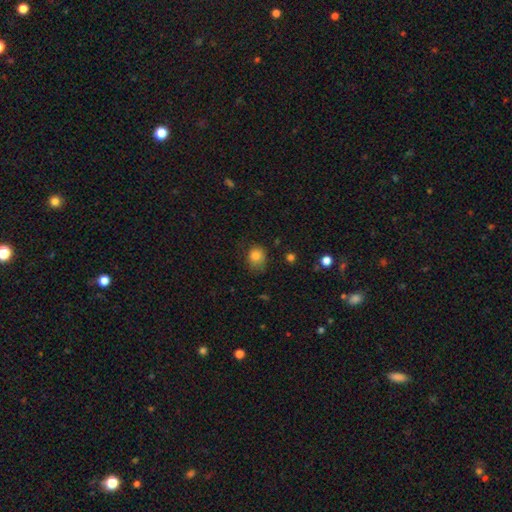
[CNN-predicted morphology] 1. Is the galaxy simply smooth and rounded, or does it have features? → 82% smooth, 11% star or artifact, 7% featured or disk.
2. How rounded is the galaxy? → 69% round, 30% in between, 1% cigar-shaped.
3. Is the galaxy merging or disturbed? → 64% none, 26% minor disturbance, 8% major disturbance, 2% merger.